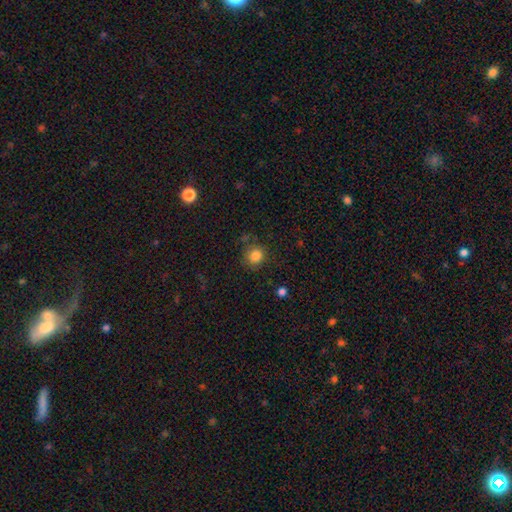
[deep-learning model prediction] This is clearly a smooth galaxy (83%). How rounded: clearly round (87%). Merging: likely none (80%).